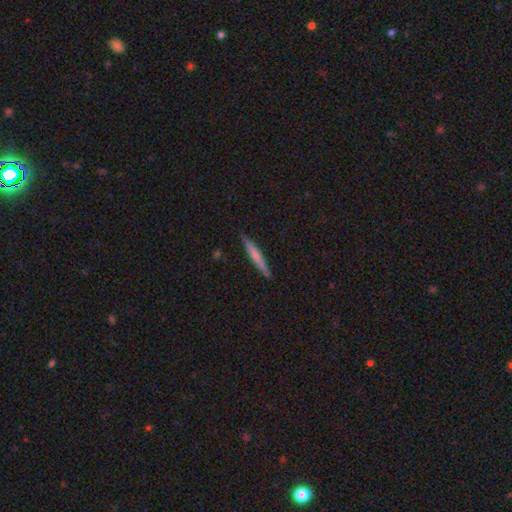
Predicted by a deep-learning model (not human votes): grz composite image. It shows a smooth galaxy with no disk features (61%) that is cigar-shaped (95%). Merging: none (87%).